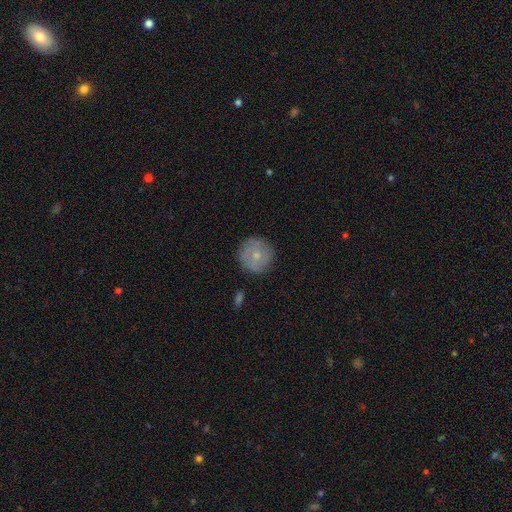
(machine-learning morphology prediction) smooth_or_featured: smooth (p=0.63) [alt: featured or disk p=0.30]
how_rounded: round (p=0.95) [alt: in between p=0.04]
merging: none (p=0.85) [alt: minor disturbance p=0.11]